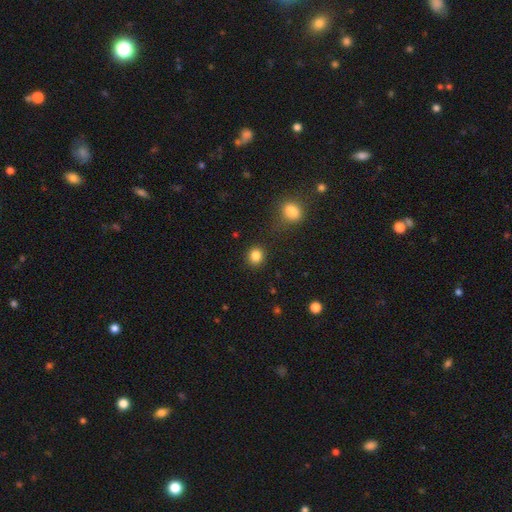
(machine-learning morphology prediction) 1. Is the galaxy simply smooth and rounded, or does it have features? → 85% smooth, 11% star or artifact, 4% featured or disk.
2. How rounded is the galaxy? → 83% round, 16% in between, 1% cigar-shaped.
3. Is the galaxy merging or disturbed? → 87% none, 7% minor disturbance, 3% merger, 3% major disturbance.